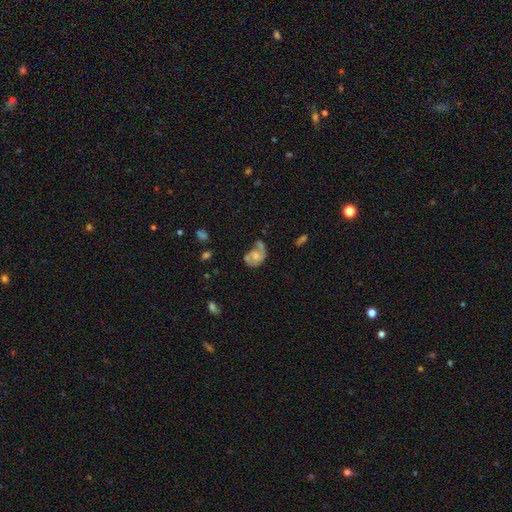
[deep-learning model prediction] smooth-or-featured: featured or disk: 71% | smooth: 22% | star or artifact: 8%
  disk-edge-on: no: 97% | yes: 3%
    bar: no: 66% | weak: 28% | strong: 5%
    has-spiral-arms: yes: 86% | no: 14%
      spiral-winding: medium: 43% | loose: 29% | tight: 28%
      spiral-arm-count: 2: 57% | 1: 31% | can't tell: 8% | 3: 2% | 4: 1% | more than 4: 1%
    bulge-size: moderate: 42% | small: 34% | none: 15% | large: 7% | dominant: 2%
  merging: none: 40% | major disturbance: 28% | minor disturbance: 24% | merger: 8%